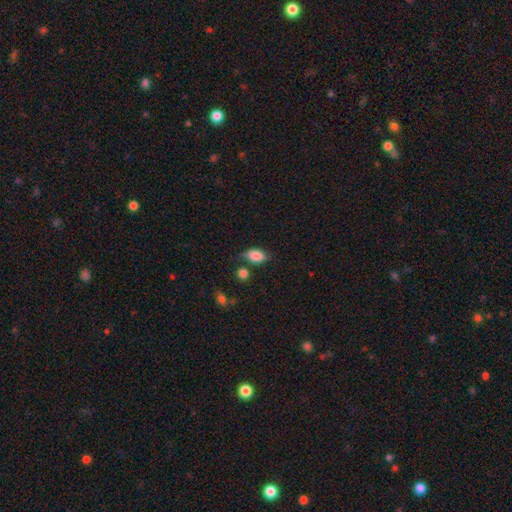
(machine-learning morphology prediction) The model was most divided on "merging": none: 60%, minor disturbance: 24%, merger: 10%, major disturbance: 7%. More confident: how rounded — in between (86%); smooth or featured — smooth (85%).